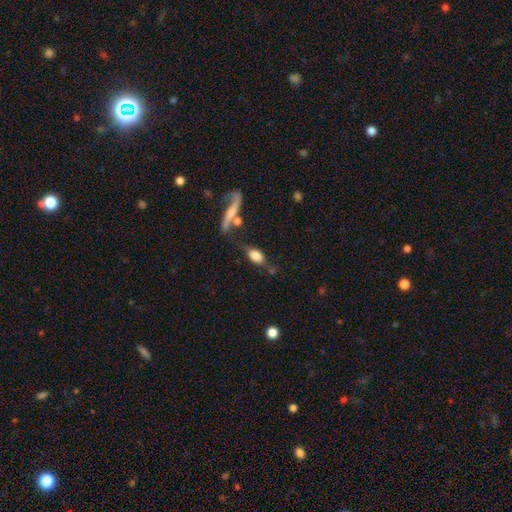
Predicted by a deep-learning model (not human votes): Smooth or featured: smooth — 77% (featured or disk — 15%)
How rounded: in between — 84% (round — 8%)
Merging: none — 51% (minor disturbance — 21%)